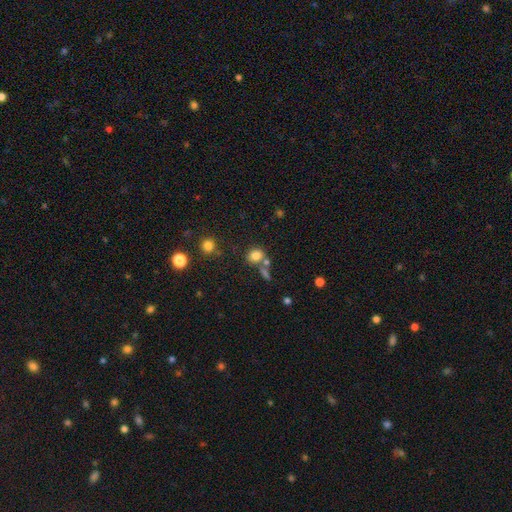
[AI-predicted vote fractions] smooth-or-featured: smooth: 79% | star or artifact: 13% | featured or disk: 8%
  how-rounded: round: 56% | in between: 43% | cigar-shaped: 1%
  merging: none: 59% | merger: 24% | minor disturbance: 12% | major disturbance: 5%